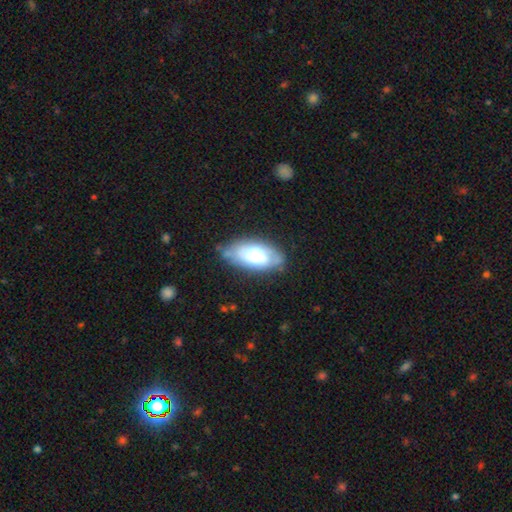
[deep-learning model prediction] Smooth or featured? Predicted: smooth (p=0.59). How rounded? Predicted: in between (p=0.91). Merging? Predicted: none (p=0.61).